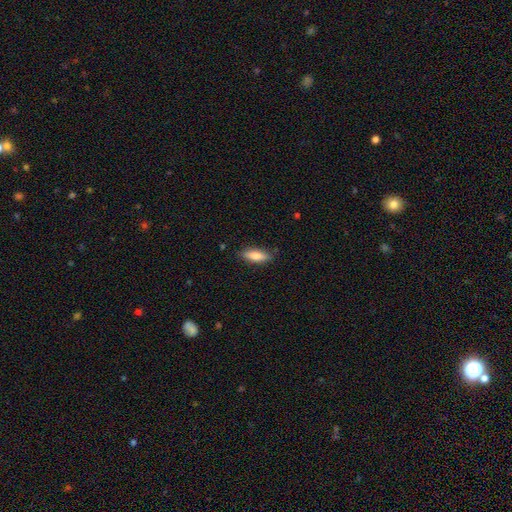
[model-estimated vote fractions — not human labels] Overall: smooth (76%). How rounded: in between (61%; cigar-shaped 37%). Merging: none (84%).